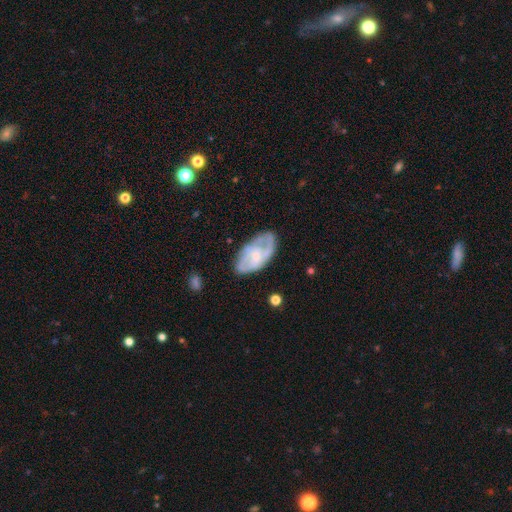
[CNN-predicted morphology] Smooth or featured? featured or disk (65%)
Edge-on disk? no (95%)
Bar? no (62%)
Spiral arms? yes (75%)
Bulge size? small (62%)
Merging? none (60%)